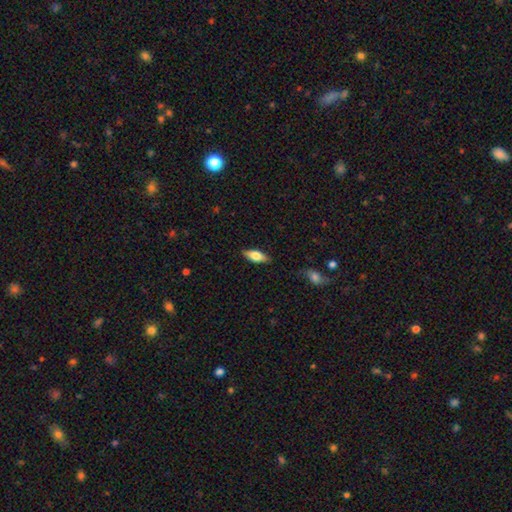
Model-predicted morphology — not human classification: Smooth or featured?
  - smooth: 62% *
  - featured or disk: 32%
  - star or artifact: 7%
How rounded?
  - in between: 76% *
  - cigar-shaped: 21%
  - round: 3%
Merging?
  - none: 86% *
  - minor disturbance: 11%
  - major disturbance: 2%
  - merger: 1%